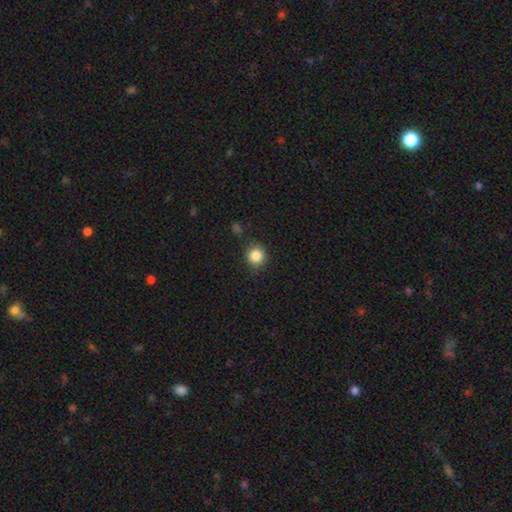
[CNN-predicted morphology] smooth-or-featured: smooth: 84% | star or artifact: 10% | featured or disk: 5%
  how-rounded: round: 89% | in between: 10% | cigar-shaped: 1%
  merging: none: 81% | minor disturbance: 13% | major disturbance: 3% | merger: 3%